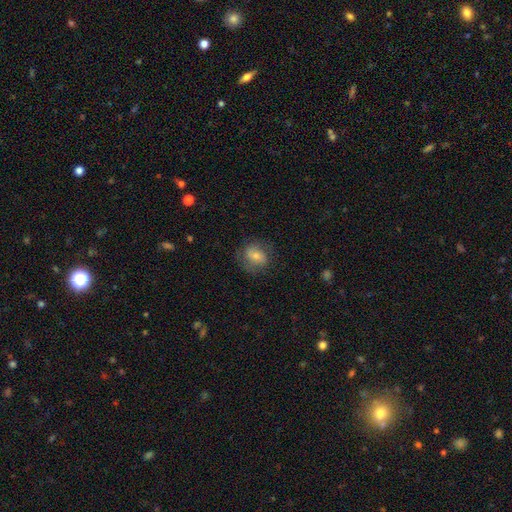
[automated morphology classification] smooth_or_featured: smooth (p=0.64) [alt: featured or disk p=0.28]
how_rounded: round (p=0.56) [alt: in between p=0.43]
merging: none (p=0.70) [alt: minor disturbance p=0.19]